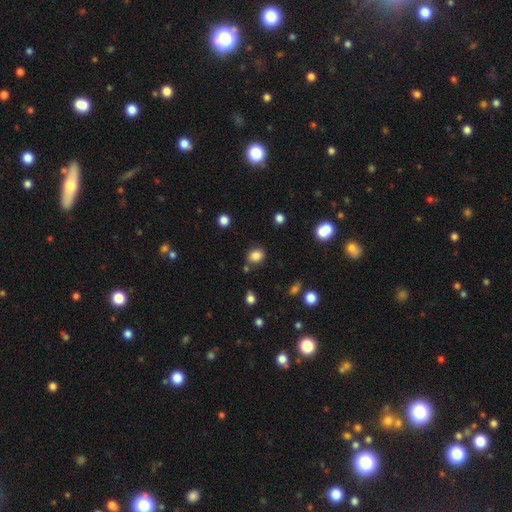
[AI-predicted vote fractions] Smooth or featured?
  - smooth: 84% *
  - star or artifact: 11%
  - featured or disk: 5%
How rounded?
  - round: 54% *
  - in between: 45%
  - cigar-shaped: 1%
Merging?
  - none: 80% *
  - minor disturbance: 11%
  - merger: 5%
  - major disturbance: 3%